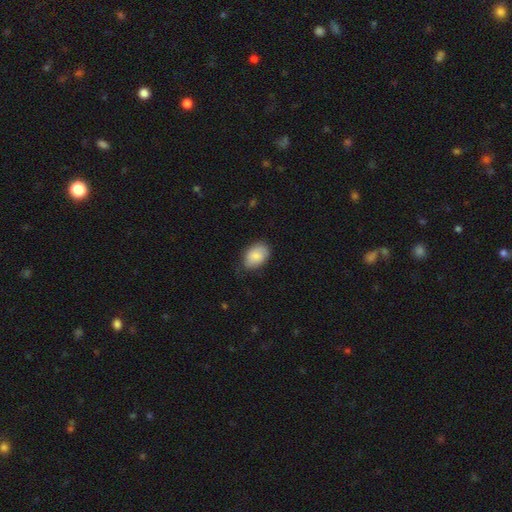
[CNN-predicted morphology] This is clearly a smooth galaxy (85%). How rounded: clearly in between (85%). Merging: likely none (72%).